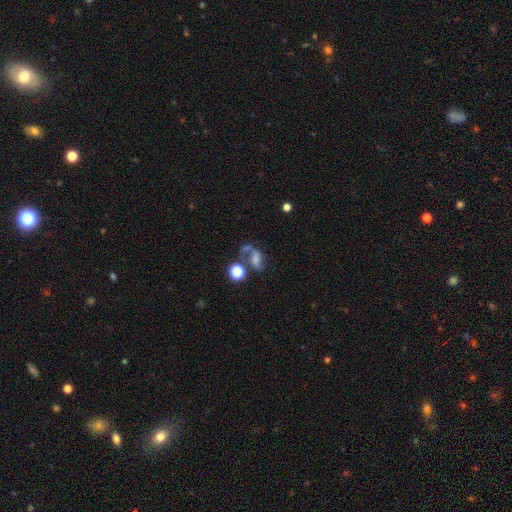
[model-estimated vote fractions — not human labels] This is marginally a smooth galaxy (39%). Merging: marginally none (30%).